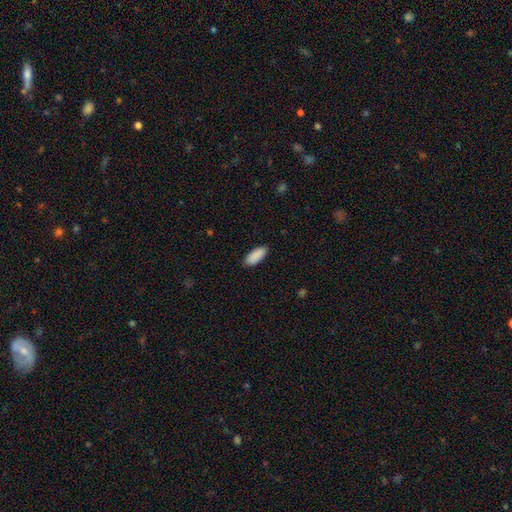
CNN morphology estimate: type=smooth (91%); roundness=in between (81%); merging=none (87%).